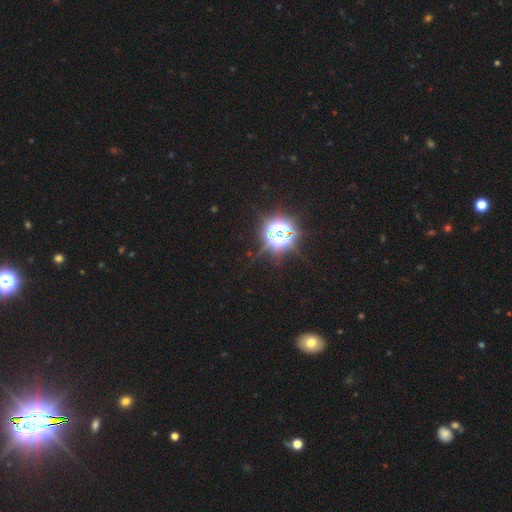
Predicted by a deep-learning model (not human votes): Smooth or featured?
  - star or artifact: 82% *
  - smooth: 12%
  - featured or disk: 6%